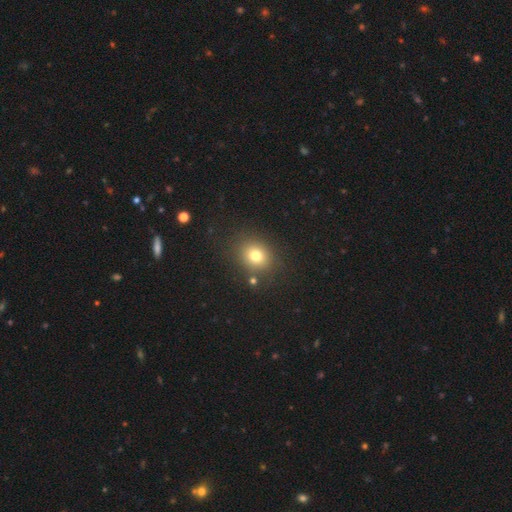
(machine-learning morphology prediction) This appears to be a smooth galaxy with no disk features (76%) that is round (67%). Merging: none (82%).